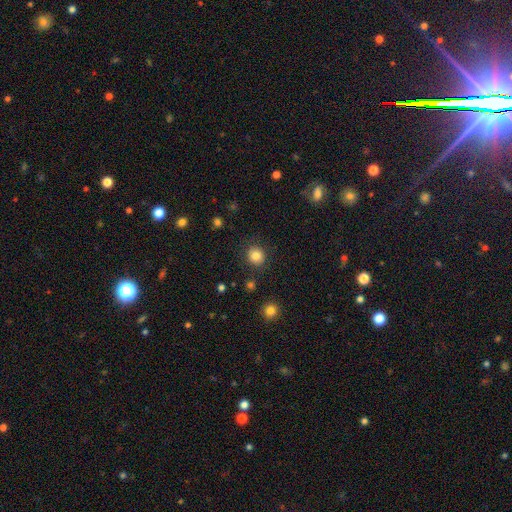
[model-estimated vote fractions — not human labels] Smooth or featured?
  - smooth: 84% *
  - star or artifact: 11%
  - featured or disk: 5%
How rounded?
  - round: 88% *
  - in between: 11%
  - cigar-shaped: 1%
Merging?
  - none: 88% *
  - minor disturbance: 7%
  - major disturbance: 3%
  - merger: 2%